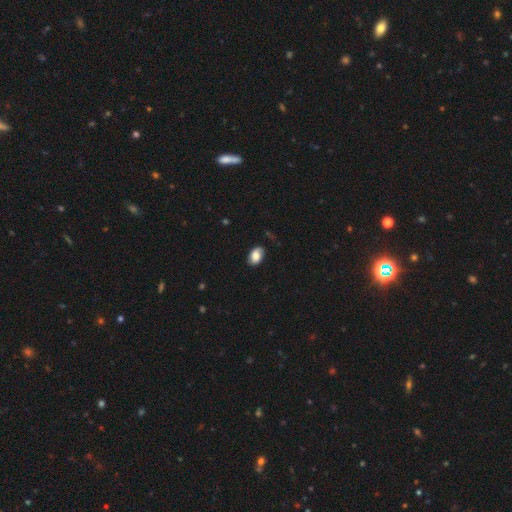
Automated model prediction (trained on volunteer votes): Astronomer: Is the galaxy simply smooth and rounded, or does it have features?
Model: smooth — 76%.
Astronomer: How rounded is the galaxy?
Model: in between — 88%.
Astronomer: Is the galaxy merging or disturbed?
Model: none — 77%.